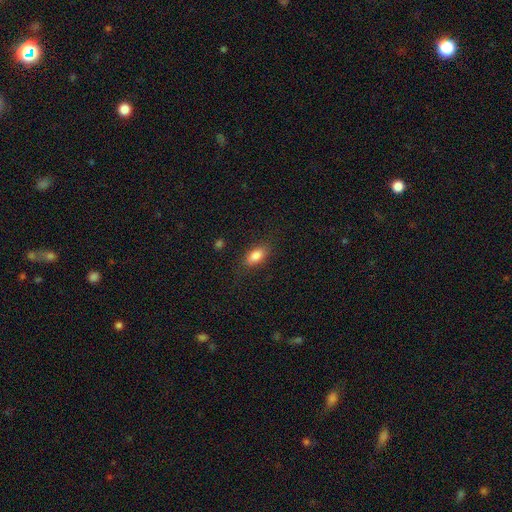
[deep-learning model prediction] Smooth or featured? Predicted: smooth (p=0.83). How rounded? Predicted: in between (p=0.86). Merging? Predicted: none (p=0.81).